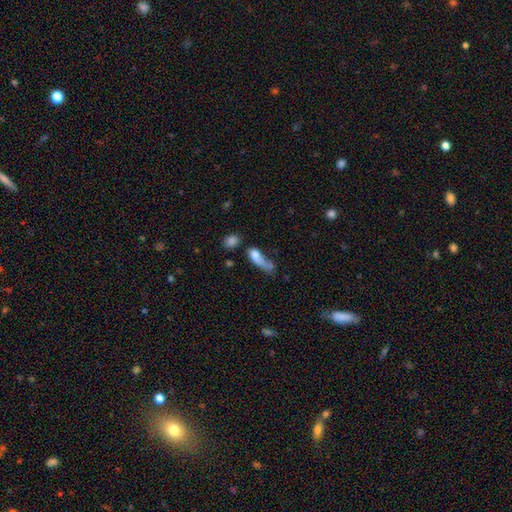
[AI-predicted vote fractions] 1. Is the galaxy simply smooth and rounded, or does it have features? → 70% smooth, 20% featured or disk, 10% star or artifact.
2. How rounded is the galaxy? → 54% in between, 36% cigar-shaped, 10% round.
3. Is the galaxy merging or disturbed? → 32% major disturbance, 29% merger, 22% none, 18% minor disturbance.